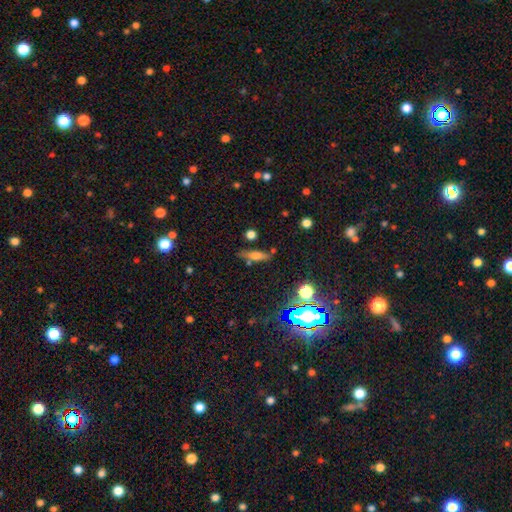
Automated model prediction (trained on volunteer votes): smooth-or-featured: smooth: 57% | featured or disk: 28% | star or artifact: 15%
  how-rounded: cigar-shaped: 63% | in between: 32% | round: 5%
  merging: none: 70% | minor disturbance: 17% | merger: 7% | major disturbance: 5%